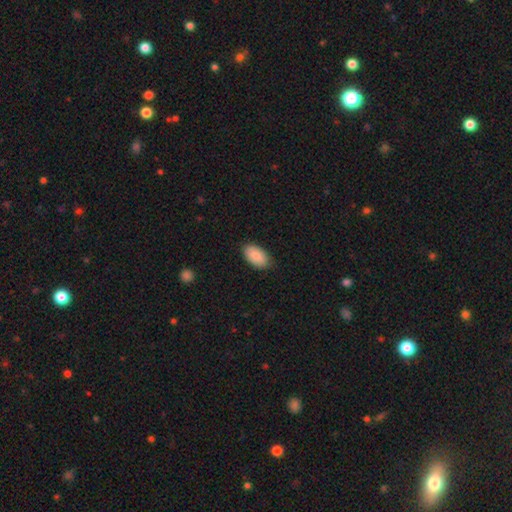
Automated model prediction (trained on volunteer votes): smooth 89%, star or artifact 6%, featured or disk 5%. Down the decision tree: how rounded — in between (95%); merging — none (83%).